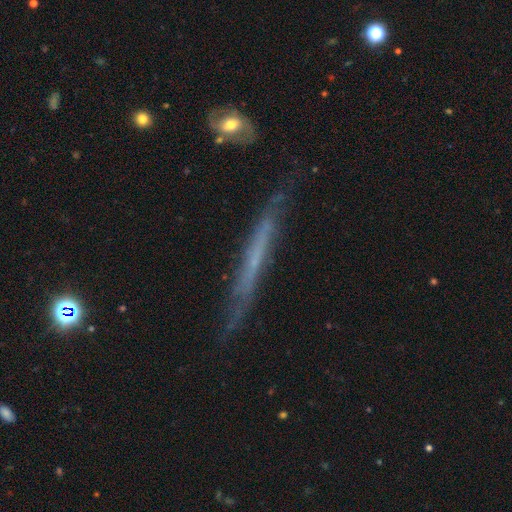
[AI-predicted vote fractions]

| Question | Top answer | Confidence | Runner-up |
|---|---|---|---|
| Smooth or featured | featured or disk | 62% | smooth (29%) |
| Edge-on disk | yes | 89% | no (11%) |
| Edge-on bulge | none | 86% | rounded (9%) |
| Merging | none | 74% | minor disturbance (19%) |